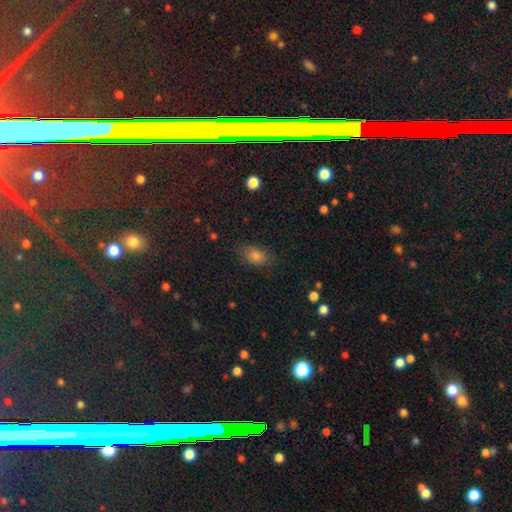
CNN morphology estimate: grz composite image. It shows a smooth galaxy with no disk features (69%) that is in between round and cigar-shaped (84%). Merging: none (80%).